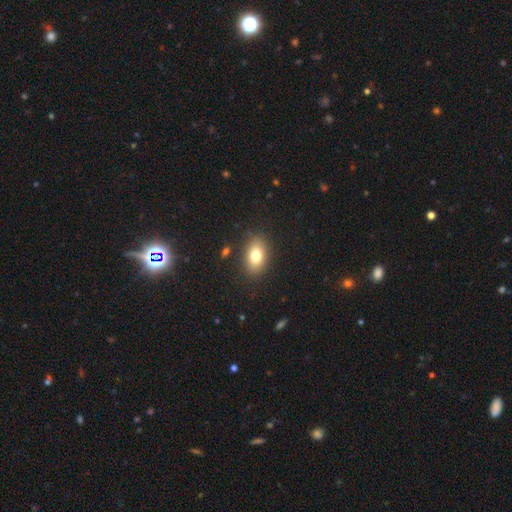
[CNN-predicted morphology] The model was most divided on "smooth or featured": smooth: 77%, featured or disk: 14%, star or artifact: 10%. More confident: merging — none (86%); how rounded — in between (84%).